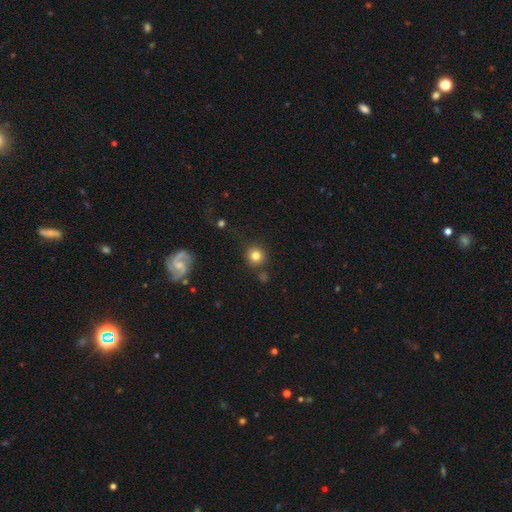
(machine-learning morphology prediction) Smooth or featured? Predicted: smooth (p=0.81). How rounded? Predicted: round (p=0.92). Merging? Predicted: none (p=0.83).